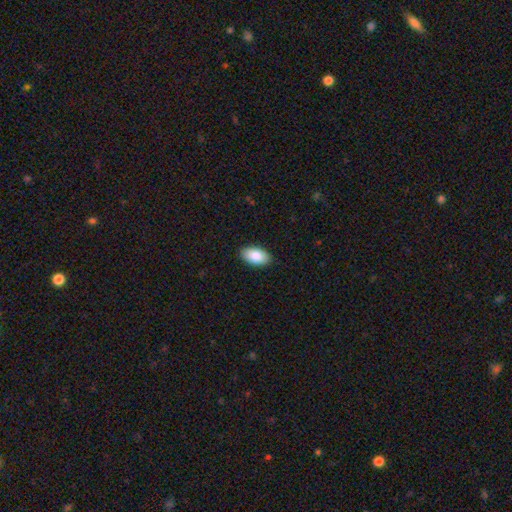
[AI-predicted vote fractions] This appears to be a smooth galaxy with no disk features (88%) that is in between round and cigar-shaped (95%). Merging: none (90%).